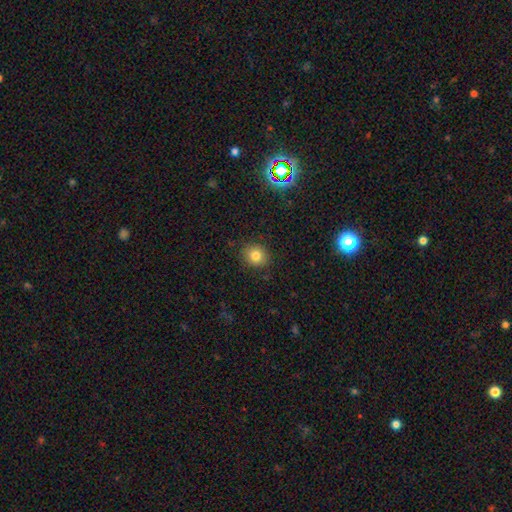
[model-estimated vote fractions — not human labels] Smooth or featured? Predicted: smooth (p=0.81). How rounded? Predicted: round (p=0.83). Merging? Predicted: none (p=0.89).